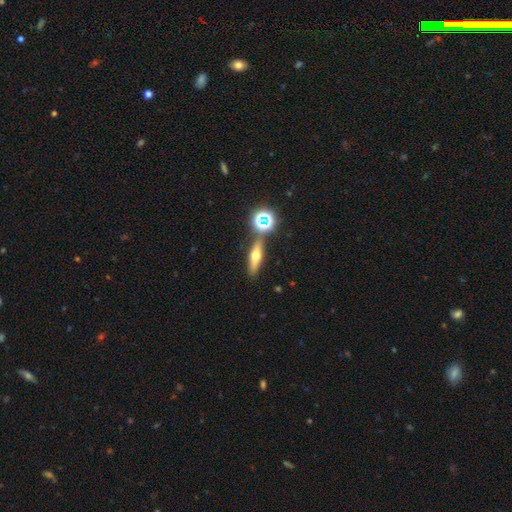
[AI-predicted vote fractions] A smooth galaxy with no disk features (45%).

Vote fractions:
- Smooth or featured? smooth: 45% / featured or disk: 41% / star or artifact: 15%
- Merging? none: 81% / minor disturbance: 9% / merger: 8% / major disturbance: 3%